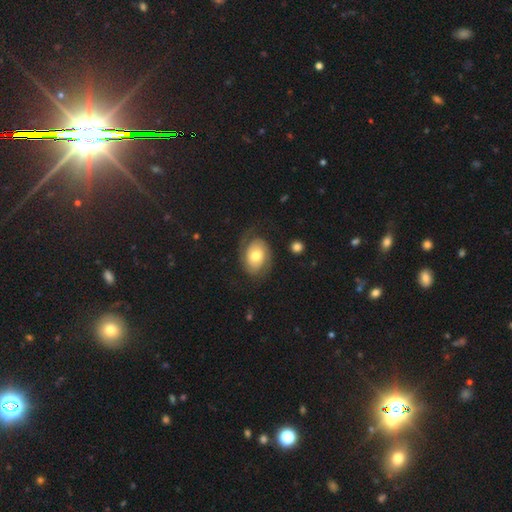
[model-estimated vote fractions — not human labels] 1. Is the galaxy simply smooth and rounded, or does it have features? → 53% featured or disk, 40% smooth, 7% star or artifact.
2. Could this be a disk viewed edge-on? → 95% no, 5% yes.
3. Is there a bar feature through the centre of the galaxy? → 71% no, 23% weak, 6% strong.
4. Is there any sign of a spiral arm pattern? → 77% yes, 23% no.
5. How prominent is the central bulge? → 70% moderate, 14% large, 12% small, 2% dominant, 1% none.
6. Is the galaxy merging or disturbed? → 63% none, 19% minor disturbance, 17% major disturbance, 2% merger.